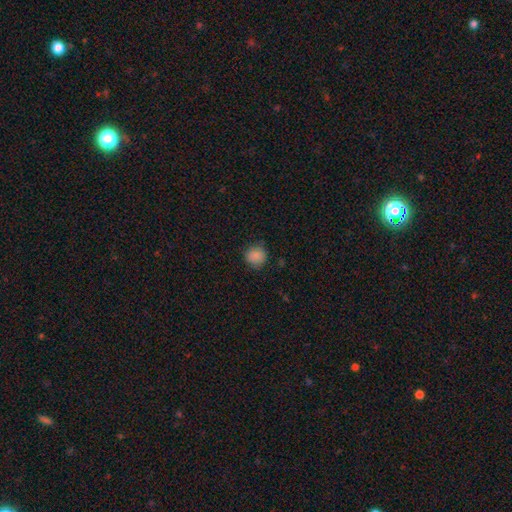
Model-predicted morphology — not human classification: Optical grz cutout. It shows a smooth galaxy with no disk features (87%) that is round (90%). Merging: none (84%).